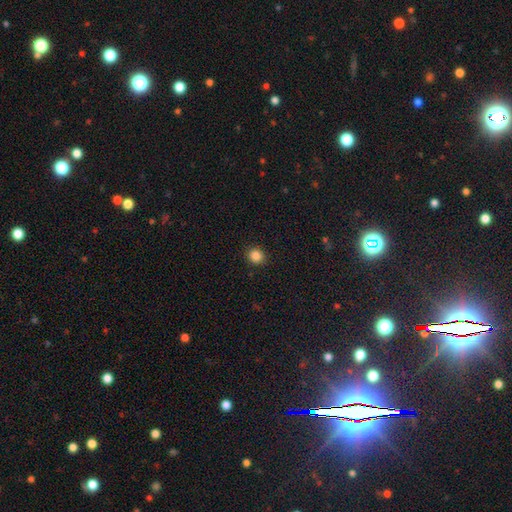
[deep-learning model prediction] smooth 86%, star or artifact 11%, featured or disk 3%. Down the decision tree: how rounded — round (84%); merging — none (91%).